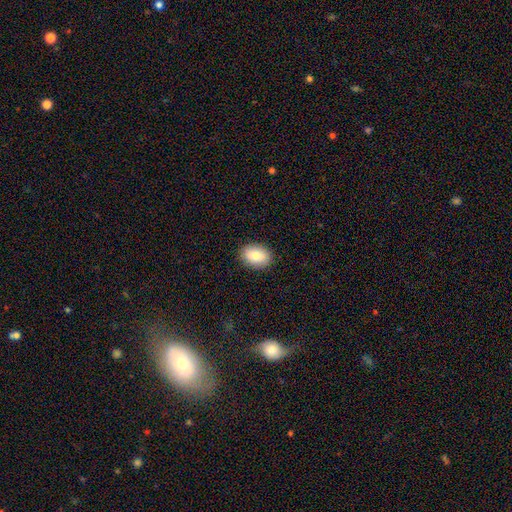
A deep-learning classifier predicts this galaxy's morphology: Overall: smooth (83%). How rounded: in between (81%). Merging: none (90%).